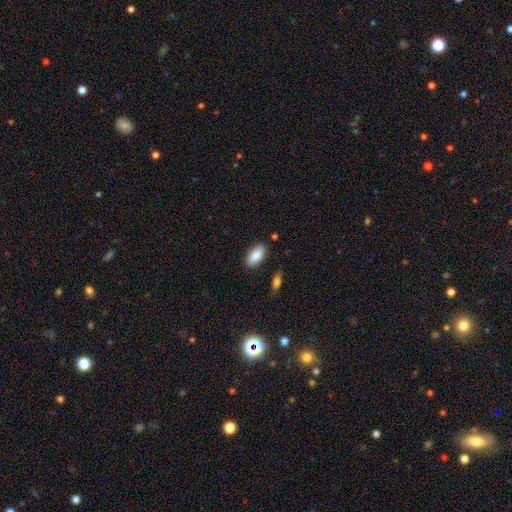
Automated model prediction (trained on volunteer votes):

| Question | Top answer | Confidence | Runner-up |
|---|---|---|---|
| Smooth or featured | smooth | 87% | featured or disk (7%) |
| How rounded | in between | 92% | cigar-shaped (5%) |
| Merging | none | 85% | minor disturbance (11%) |